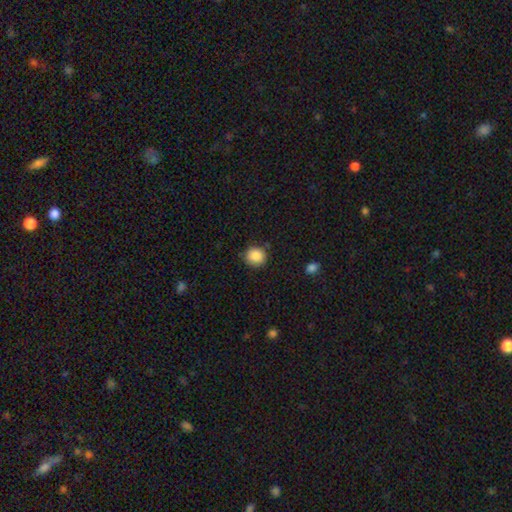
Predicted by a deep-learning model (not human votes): This appears to be a smooth galaxy with no disk features (87%) that is round (88%). Merging: none (85%).